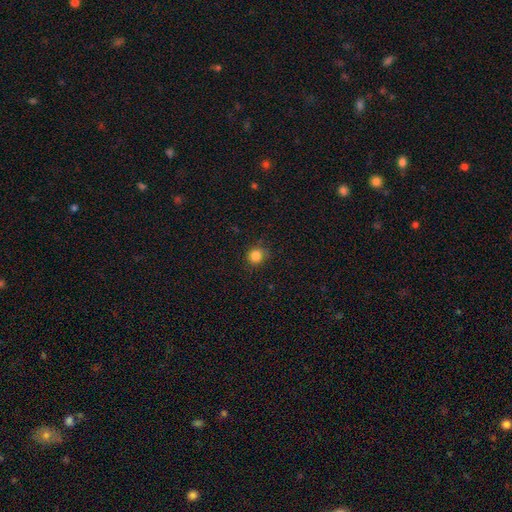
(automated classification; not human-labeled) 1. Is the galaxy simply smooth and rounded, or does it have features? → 85% smooth, 11% star or artifact, 4% featured or disk.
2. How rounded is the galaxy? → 88% round, 11% in between, 1% cigar-shaped.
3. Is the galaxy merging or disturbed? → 82% none, 14% minor disturbance, 3% major disturbance, 1% merger.